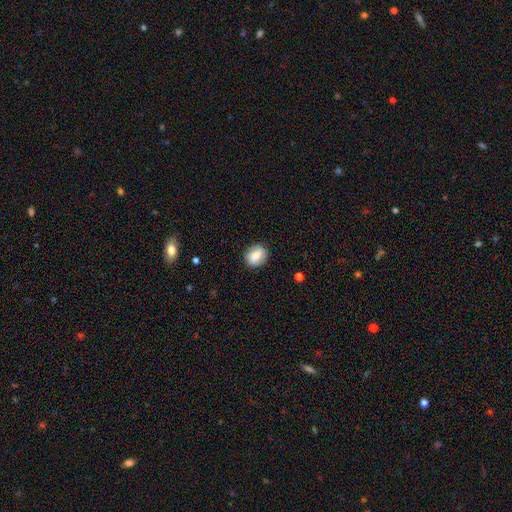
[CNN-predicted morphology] type=smooth (76%); roundness=in between (51%); merging=none (84%).